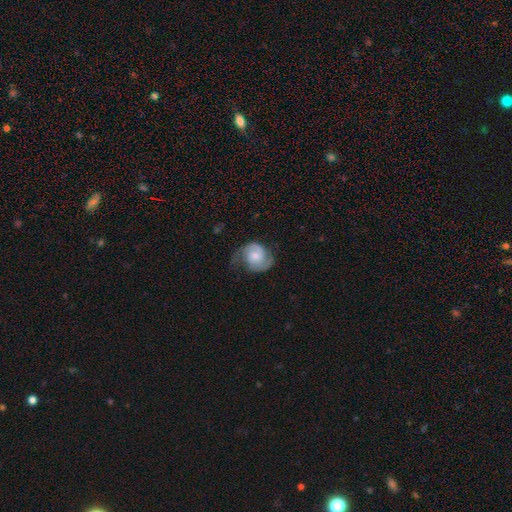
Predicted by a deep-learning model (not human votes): Smooth or featured? Predicted: featured or disk (p=0.75). Edge-on disk? Predicted: no (p=0.98). Bar? Predicted: no (p=0.65). Spiral arms? Predicted: yes (p=0.95). Spiral winding? Predicted: medium (p=0.45). Spiral arm count? Predicted: 2 (p=0.84). Bulge size? Predicted: moderate (p=0.45). Merging? Predicted: none (p=0.55).